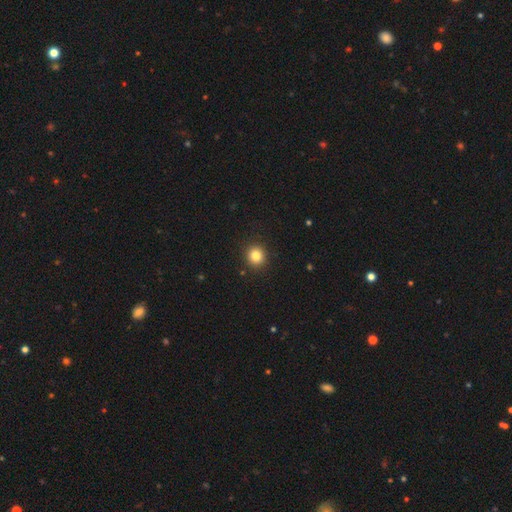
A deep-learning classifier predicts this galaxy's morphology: Smooth or featured?
  - smooth: 83% *
  - star or artifact: 12%
  - featured or disk: 6%
How rounded?
  - round: 90% *
  - in between: 9%
  - cigar-shaped: 1%
Merging?
  - none: 92% *
  - minor disturbance: 5%
  - major disturbance: 2%
  - merger: 1%